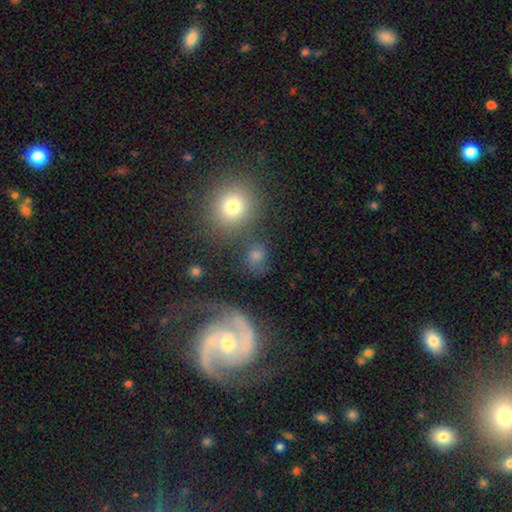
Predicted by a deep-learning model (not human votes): A smooth galaxy with no disk features (53%) that is round (76%).

Vote fractions:
- Smooth or featured? smooth: 53% / featured or disk: 31% / star or artifact: 16%
- How rounded? round: 76% / in between: 23% / cigar-shaped: 2%
- Merging? none: 66% / minor disturbance: 14% / merger: 12% / major disturbance: 9%